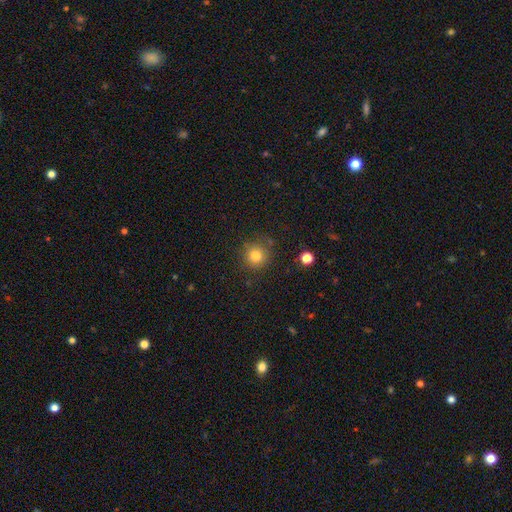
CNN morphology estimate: Smooth or featured?
  - smooth: 81% *
  - star or artifact: 12%
  - featured or disk: 7%
How rounded?
  - round: 93% *
  - in between: 6%
  - cigar-shaped: 1%
Merging?
  - none: 84% *
  - minor disturbance: 10%
  - major disturbance: 3%
  - merger: 3%